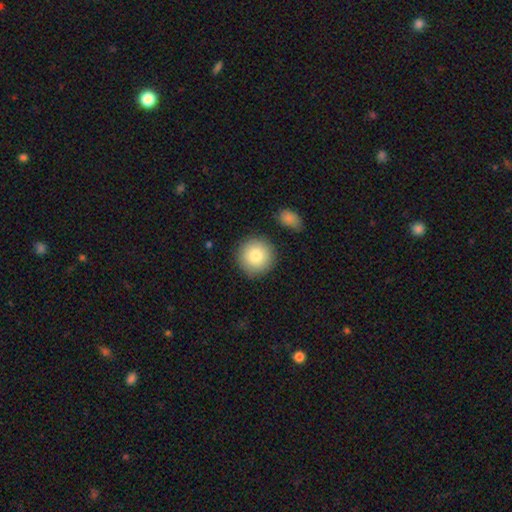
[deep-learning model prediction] smooth_or_featured: smooth (p=0.83) [alt: featured or disk p=0.09]
how_rounded: round (p=0.95) [alt: in between p=0.04]
merging: none (p=0.87) [alt: minor disturbance p=0.08]